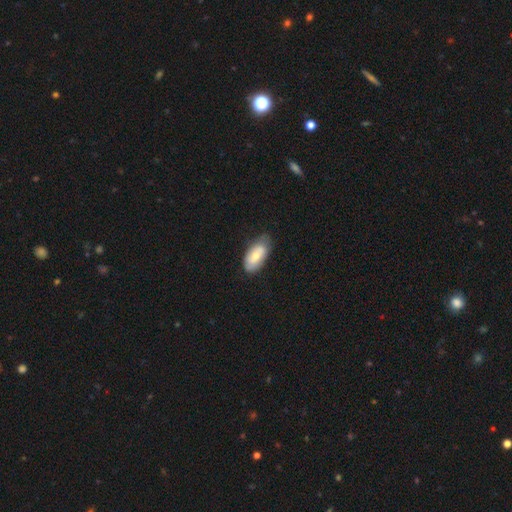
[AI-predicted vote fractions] Q: Smooth or featured?
A: smooth (61%); runner-up: featured or disk (32%)
Q: How rounded?
A: in between (92%); runner-up: cigar-shaped (5%)
Q: Merging?
A: none (60%); runner-up: minor disturbance (31%)